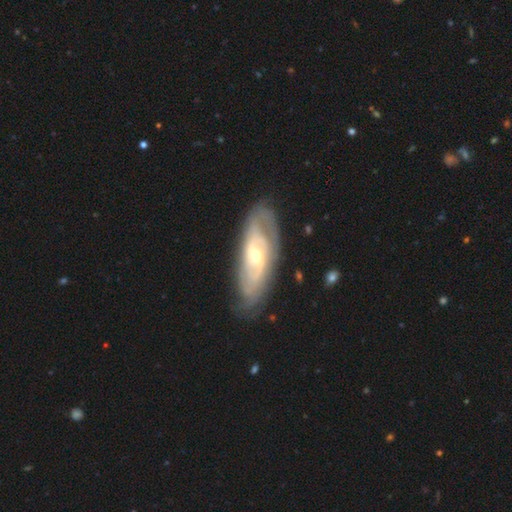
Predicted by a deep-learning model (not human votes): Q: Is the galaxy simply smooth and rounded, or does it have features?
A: featured or disk — 79%.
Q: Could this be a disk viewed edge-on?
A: no — 87%.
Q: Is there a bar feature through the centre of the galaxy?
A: no — 54%.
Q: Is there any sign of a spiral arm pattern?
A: yes — 85%.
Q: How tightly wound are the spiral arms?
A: tight — 57%.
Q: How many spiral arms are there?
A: can't tell — 45%.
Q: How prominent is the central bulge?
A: small — 58%.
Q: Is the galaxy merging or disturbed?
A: none — 76%.